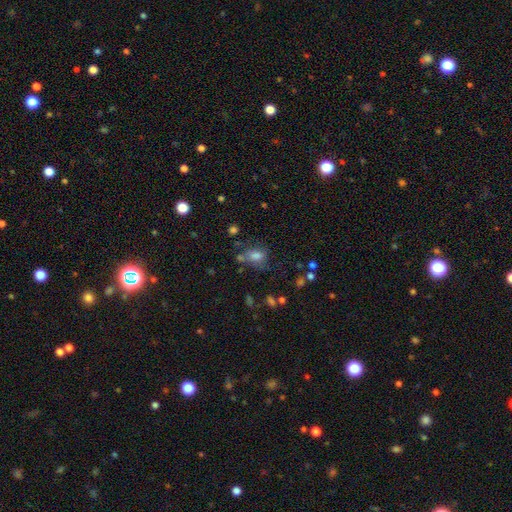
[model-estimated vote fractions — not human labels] This appears to be a smooth galaxy with no disk features (69%) that is in between round and cigar-shaped (70%). Merging: none (44%).